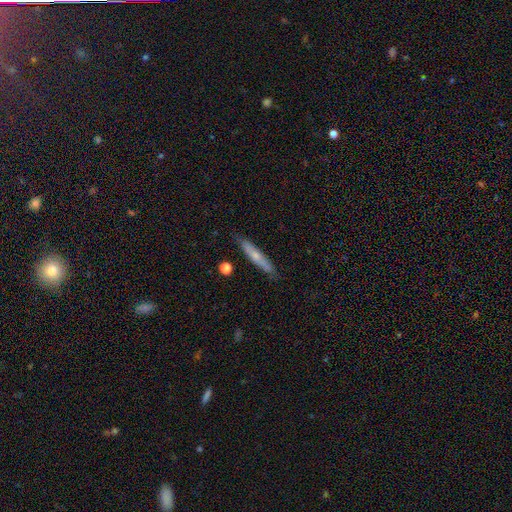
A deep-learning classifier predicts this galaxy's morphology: type=smooth (52%); roundness=cigar-shaped (90%); merging=none (84%).